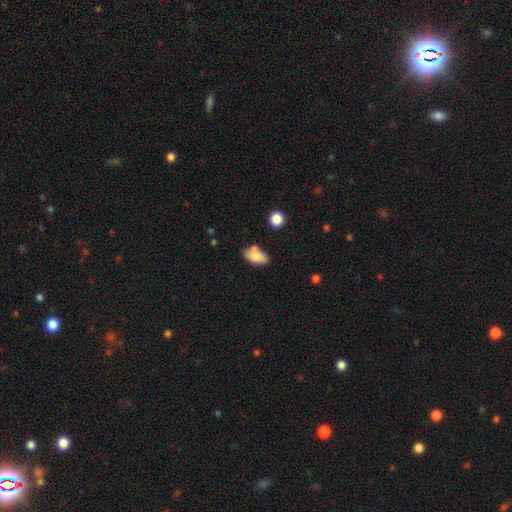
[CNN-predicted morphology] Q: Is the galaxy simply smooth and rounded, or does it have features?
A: smooth — 80%.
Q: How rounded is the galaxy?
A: in between — 91%.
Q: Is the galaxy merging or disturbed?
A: none — 64%.